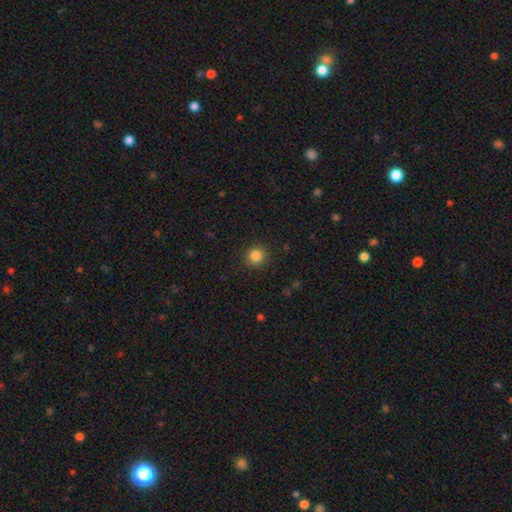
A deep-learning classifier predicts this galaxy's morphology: smooth 84%, star or artifact 12%, featured or disk 4%. Down the decision tree: how rounded — round (90%); merging — none (90%).